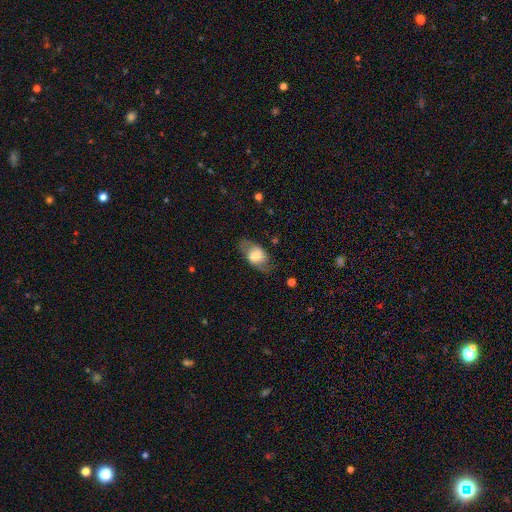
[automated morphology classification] Overall: smooth (59%; featured or disk 33%). How rounded: in between (76%). Merging: none (67%).